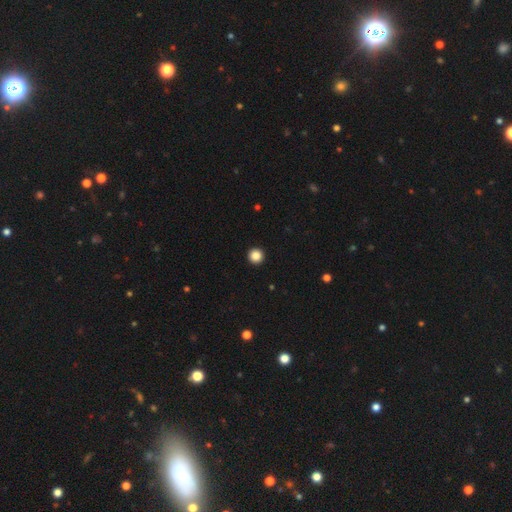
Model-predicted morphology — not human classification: type=smooth (86%); roundness=round (97%); merging=none (94%).